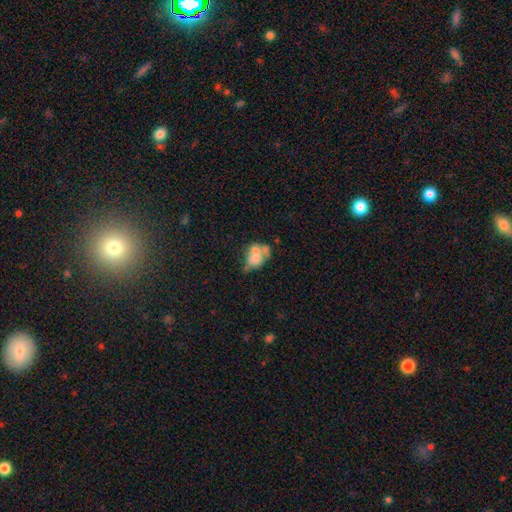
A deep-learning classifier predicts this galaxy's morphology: The model was most divided on "smooth or featured": smooth: 52%, featured or disk: 37%, star or artifact: 10%. More confident: how rounded — in between (58%); merging — merger (53%).